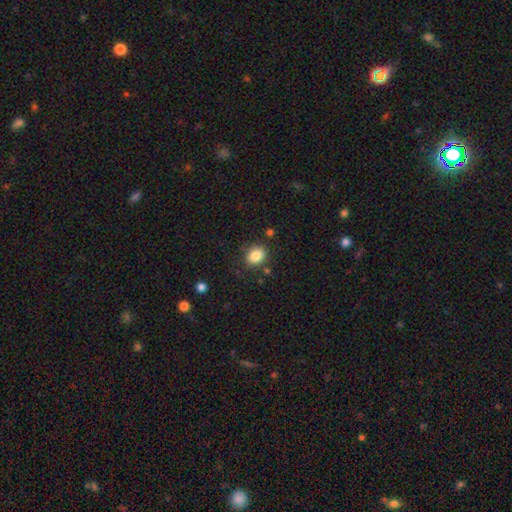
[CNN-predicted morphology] The model was most divided on "how rounded": in between: 55%, round: 44%, cigar-shaped: 1%. More confident: smooth or featured — smooth (85%); merging — none (79%).